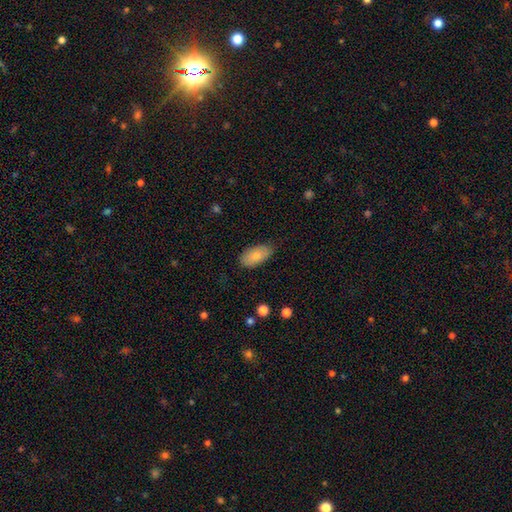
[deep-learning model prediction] This is clearly a smooth galaxy (84%). How rounded: clearly in between (93%). Merging: likely none (78%).